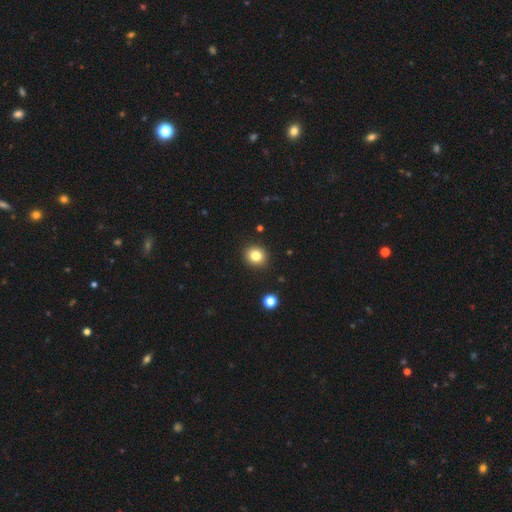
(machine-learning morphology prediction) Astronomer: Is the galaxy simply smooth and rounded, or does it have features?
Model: smooth — 82%.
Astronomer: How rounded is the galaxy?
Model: round — 85%.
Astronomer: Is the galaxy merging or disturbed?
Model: none — 91%.